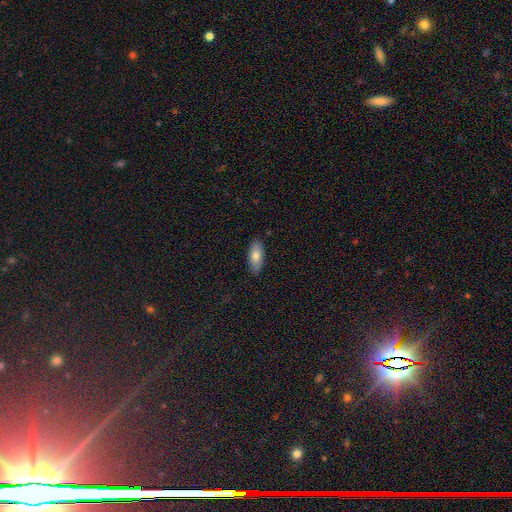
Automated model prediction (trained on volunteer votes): A smooth galaxy with no disk features (78%) that is in between round and cigar-shaped (83%). Merging: none (88%).